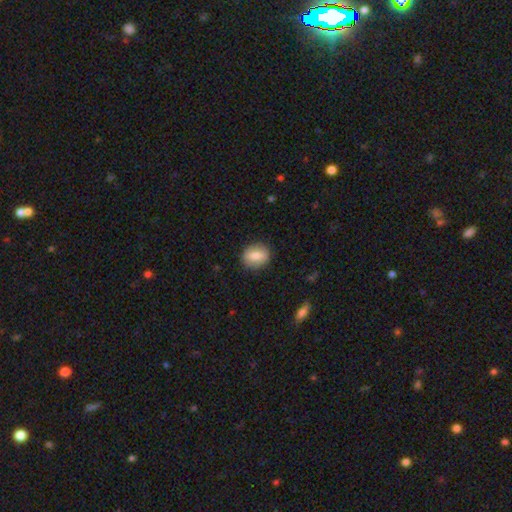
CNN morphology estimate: A smooth galaxy with no disk features (69%) that is round (57%). Merging: none (86%).